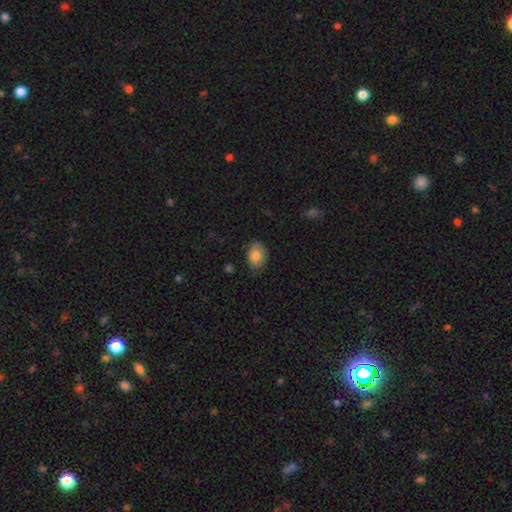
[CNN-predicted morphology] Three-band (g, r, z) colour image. It shows a smooth galaxy with no disk features (84%) that is in between round and cigar-shaped (72%). Merging: none (74%).